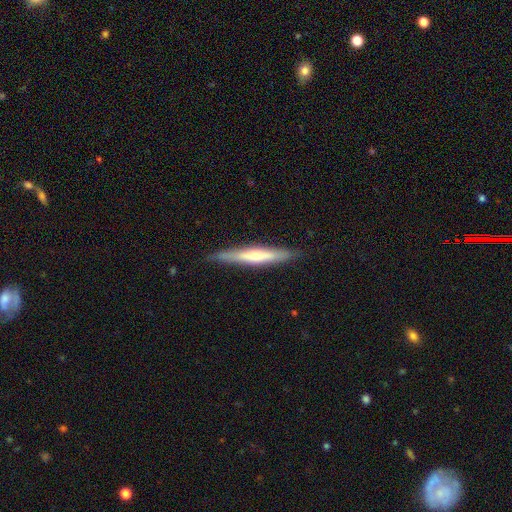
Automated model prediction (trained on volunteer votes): Q: Smooth or featured?
A: featured or disk (52%); runner-up: smooth (43%)
Q: Edge-on disk?
A: yes (94%); runner-up: no (6%)
Q: Merging?
A: none (87%); runner-up: minor disturbance (10%)